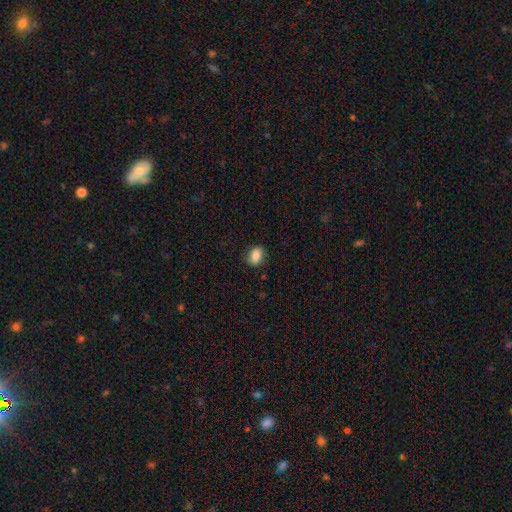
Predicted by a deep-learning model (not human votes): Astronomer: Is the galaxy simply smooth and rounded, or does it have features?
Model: smooth — 85%.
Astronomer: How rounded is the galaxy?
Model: in between — 68%.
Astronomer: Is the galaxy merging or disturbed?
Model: none — 84%.